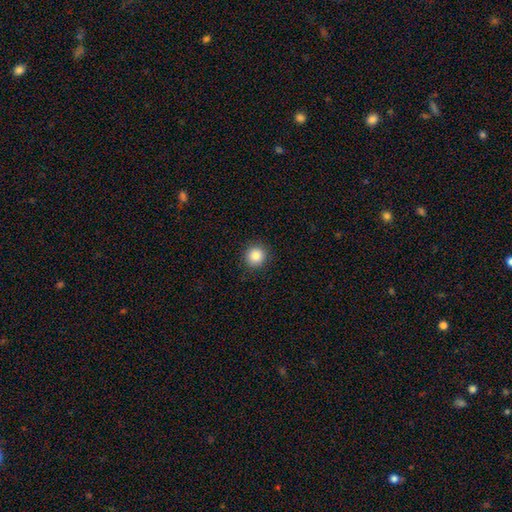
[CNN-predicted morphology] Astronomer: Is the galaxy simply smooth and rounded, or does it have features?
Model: smooth — 85%.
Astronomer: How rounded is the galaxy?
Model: round — 93%.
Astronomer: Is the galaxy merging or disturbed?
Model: none — 91%.